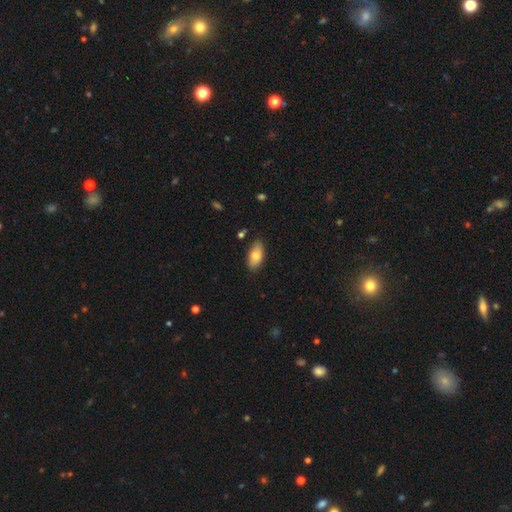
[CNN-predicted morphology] A smooth galaxy with no disk features (78%) that is in between round and cigar-shaped (91%). Merging: none (83%).